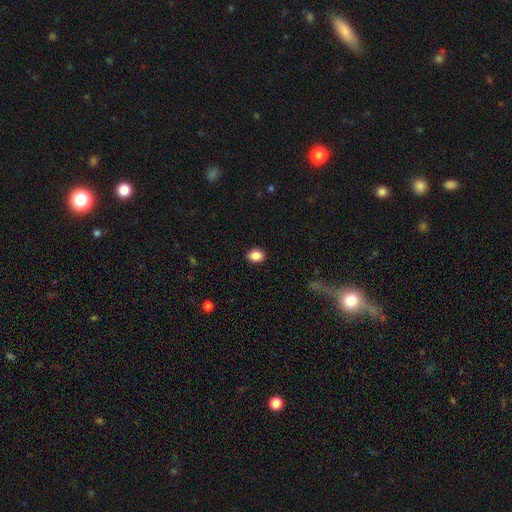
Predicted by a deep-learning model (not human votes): smooth-or-featured: smooth: 86% | star or artifact: 9% | featured or disk: 4%
  how-rounded: in between: 54% | round: 45% | cigar-shaped: 1%
  merging: none: 90% | minor disturbance: 7% | major disturbance: 2% | merger: 1%